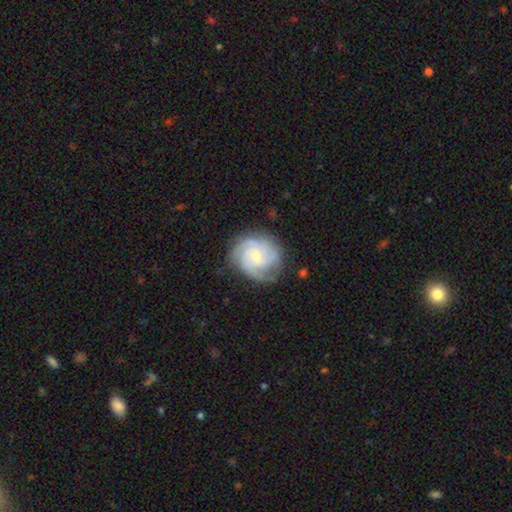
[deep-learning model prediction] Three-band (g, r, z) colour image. It shows a featured or disk galaxy (85%) with no bar (69%), 3 (45%) tight (66%) spiral arms (98%) and a small central bulge (61%). Merging: none (77%).